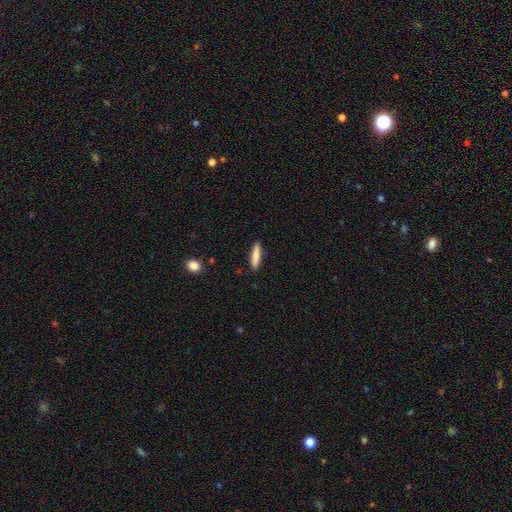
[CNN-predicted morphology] type=smooth (83%); roundness=cigar-shaped (86%); merging=none (89%).